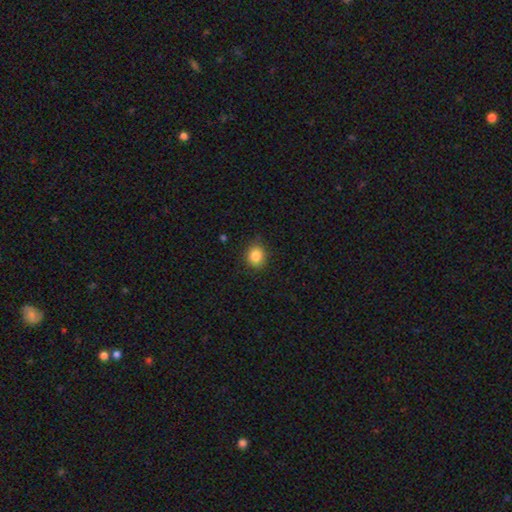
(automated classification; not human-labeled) Smooth or featured? Predicted: smooth (p=0.84). How rounded? Predicted: round (p=0.74). Merging? Predicted: none (p=0.86).